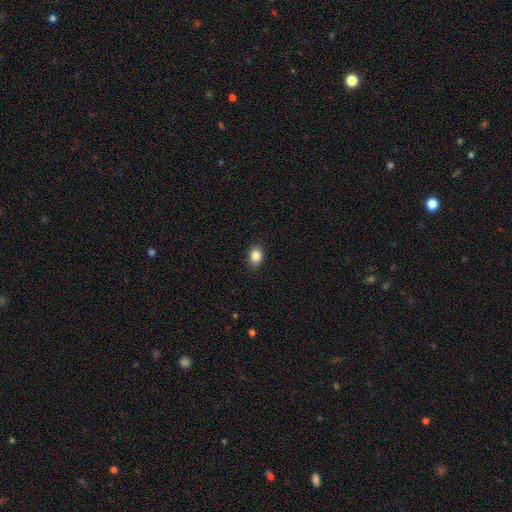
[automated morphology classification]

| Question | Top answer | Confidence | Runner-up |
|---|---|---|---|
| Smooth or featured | smooth | 86% | star or artifact (10%) |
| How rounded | in between | 61% | round (38%) |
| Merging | none | 88% | minor disturbance (9%) |